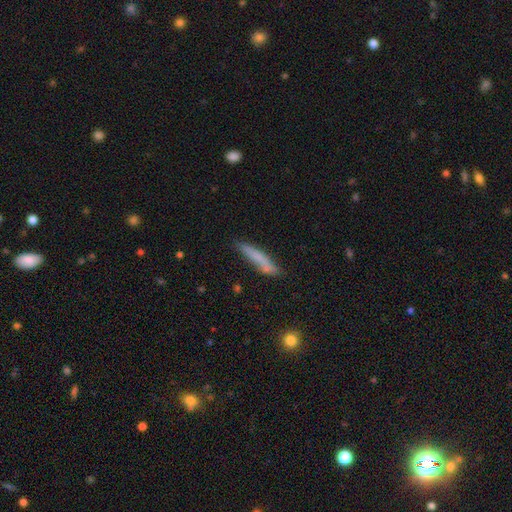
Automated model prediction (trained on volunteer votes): Smooth or featured? smooth (70%)
How rounded? cigar-shaped (91%)
Merging? none (69%)